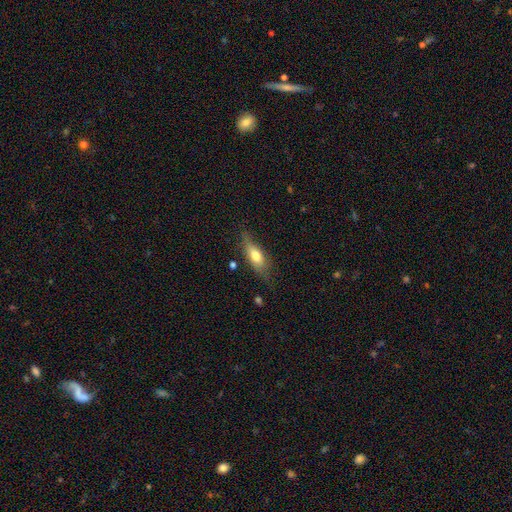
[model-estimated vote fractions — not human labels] smooth_or_featured: smooth (p=0.64) [alt: featured or disk p=0.29]
how_rounded: in between (p=0.62) [alt: cigar-shaped p=0.35]
merging: none (p=0.64) [alt: minor disturbance p=0.26]